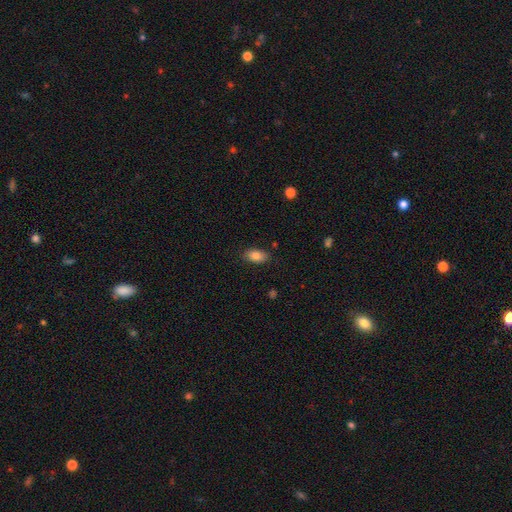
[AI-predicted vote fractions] This appears to be a smooth galaxy with no disk features (84%) that is in between round and cigar-shaped (91%). Merging: none (85%).